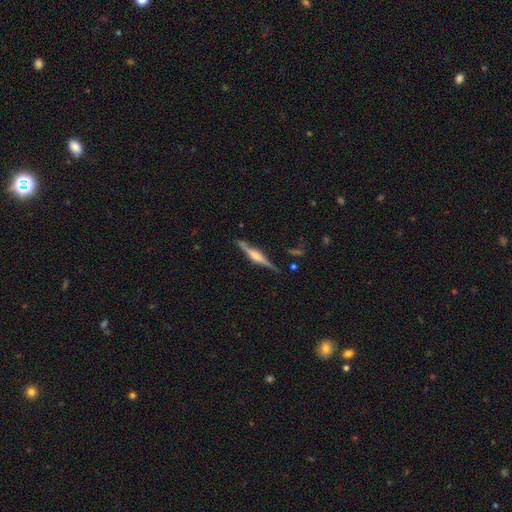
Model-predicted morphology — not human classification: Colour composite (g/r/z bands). It shows a featured or disk galaxy (76%) viewed edge-on (98%) with a rounded central bulge (64%). Merging: none (85%).